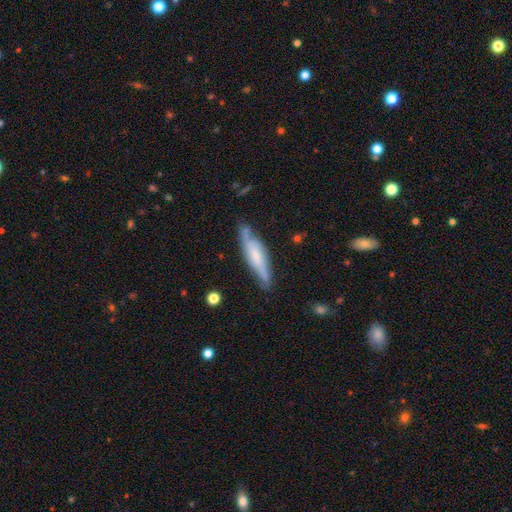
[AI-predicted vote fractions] smooth-or-featured: featured or disk: 54% | smooth: 39% | star or artifact: 7%
  disk-edge-on: yes: 52% | no: 48%
  merging: none: 69% | minor disturbance: 22% | major disturbance: 5% | merger: 3%